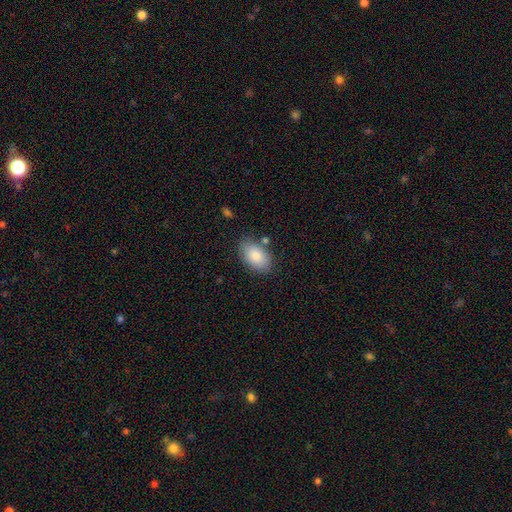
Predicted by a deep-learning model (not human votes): Smooth or featured? Predicted: smooth (p=0.84). How rounded? Predicted: in between (p=0.92). Merging? Predicted: none (p=0.78).